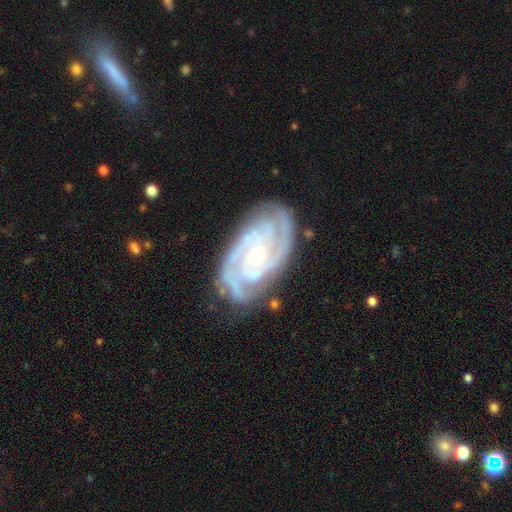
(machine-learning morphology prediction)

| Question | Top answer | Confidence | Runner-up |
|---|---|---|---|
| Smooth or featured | featured or disk | 91% | star or artifact (5%) |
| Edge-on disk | no | 97% | yes (3%) |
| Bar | no | 59% | weak (30%) |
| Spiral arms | yes | 98% | no (2%) |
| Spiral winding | tight | 74% | medium (23%) |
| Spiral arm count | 3 | 35% | 2 (25%) |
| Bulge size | small | 62% | moderate (34%) |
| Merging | none | 78% | minor disturbance (16%) |